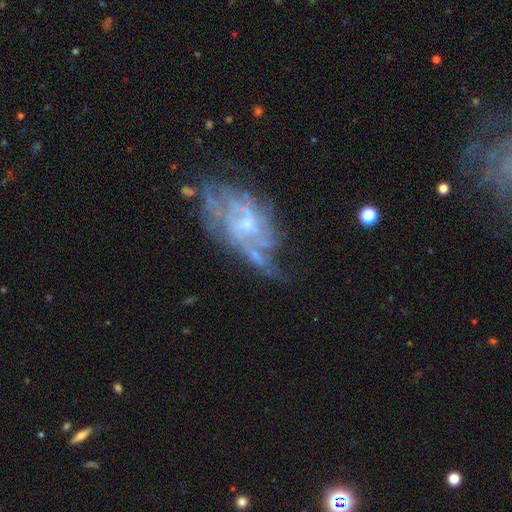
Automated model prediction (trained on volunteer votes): smooth-or-featured: featured or disk: 78% | smooth: 12% | star or artifact: 10%
  disk-edge-on: no: 94% | yes: 6%
    bar: no: 65% | weak: 29% | strong: 5%
    has-spiral-arms: yes: 75% | no: 25%
      spiral-winding: tight: 40% | medium: 38% | loose: 22%
      spiral-arm-count: can't tell: 53% | 2: 17% | 3: 11% | 4: 9% | 1: 5% | more than 4: 5%
    bulge-size: small: 63% | moderate: 25% | none: 9% | large: 2% | dominant: 1%
  merging: none: 46% | minor disturbance: 26% | major disturbance: 23% | merger: 5%